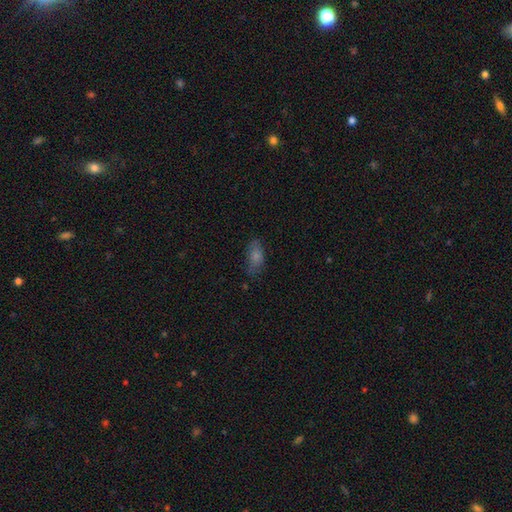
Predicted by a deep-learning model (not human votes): This is likely a smooth galaxy (63%). How rounded: likely in between (78%). Merging: likely none (74%).